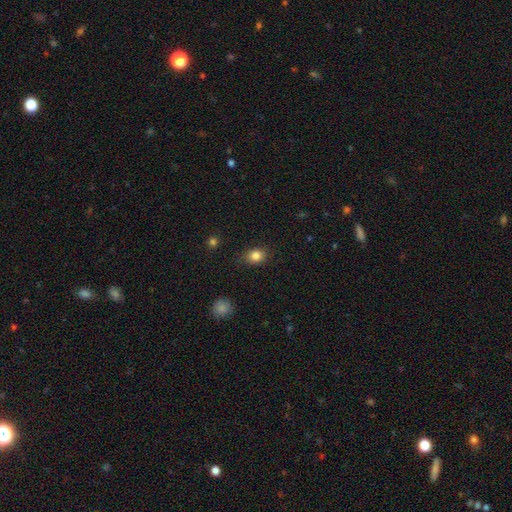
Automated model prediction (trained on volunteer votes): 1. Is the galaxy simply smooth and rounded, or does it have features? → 84% smooth, 11% star or artifact, 6% featured or disk.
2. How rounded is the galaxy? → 52% in between, 47% round, 1% cigar-shaped.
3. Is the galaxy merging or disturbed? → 80% none, 16% minor disturbance, 3% major disturbance, 1% merger.